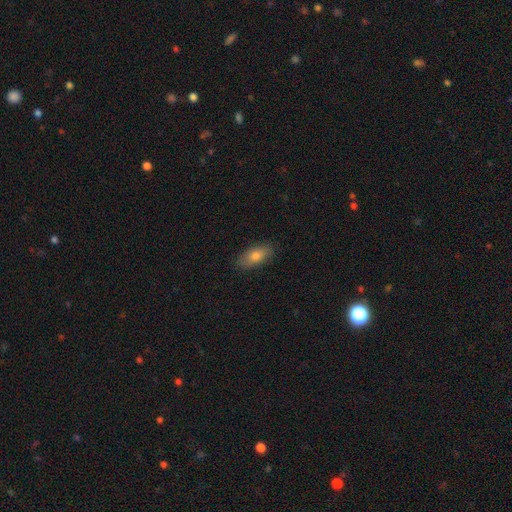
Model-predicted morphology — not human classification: A smooth galaxy with no disk features (75%) that is in between round and cigar-shaped (85%).

Vote fractions:
- Smooth or featured? smooth: 75% / featured or disk: 18% / star or artifact: 7%
- How rounded? in between: 85% / cigar-shaped: 11% / round: 4%
- Merging? none: 85% / minor disturbance: 11% / major disturbance: 2% / merger: 1%